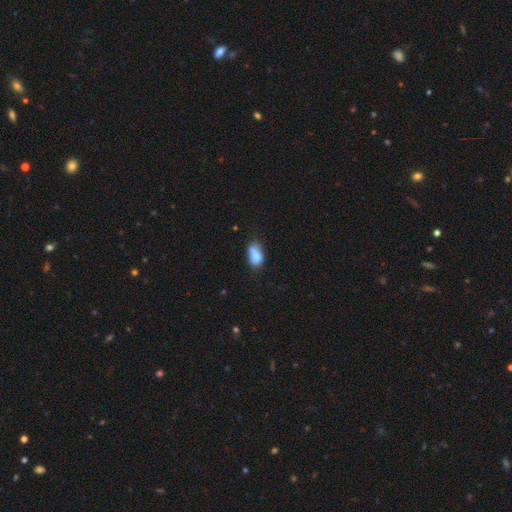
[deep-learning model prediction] This appears to be a smooth galaxy with no disk features (76%) that is in between round and cigar-shaped (85%). Merging: none (37%).